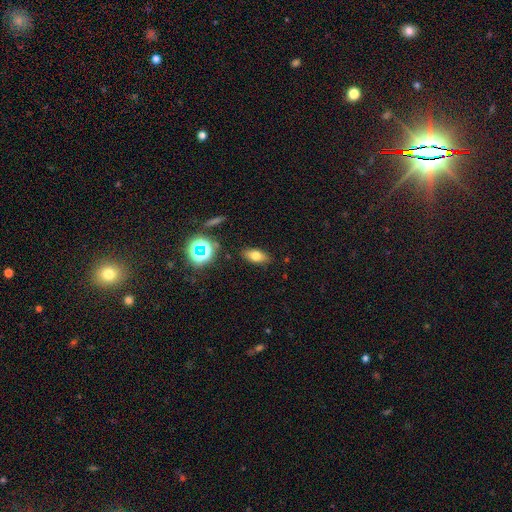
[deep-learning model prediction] Smooth or featured? Predicted: smooth (p=0.68). How rounded? Predicted: in between (p=0.80). Merging? Predicted: none (p=0.86).